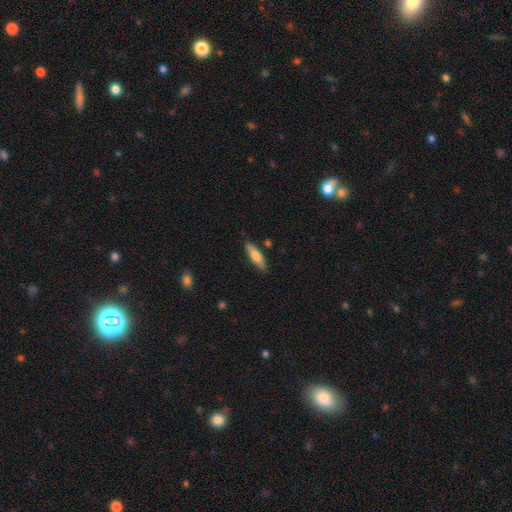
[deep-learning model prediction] smooth_or_featured: smooth (p=0.67) [alt: featured or disk p=0.27]
how_rounded: cigar-shaped (p=0.71) [alt: in between p=0.28]
merging: none (p=0.86) [alt: minor disturbance p=0.10]